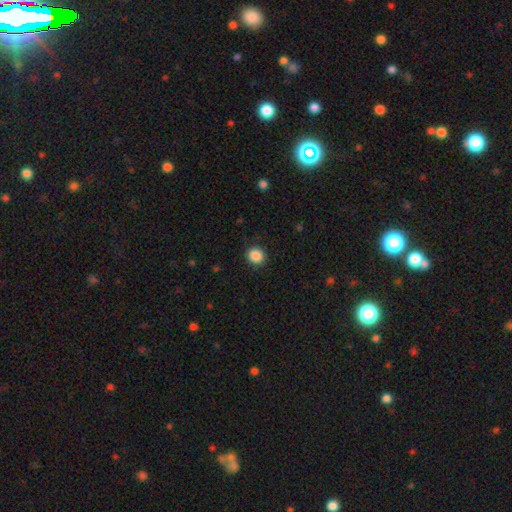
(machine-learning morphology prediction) This appears to be a smooth galaxy with no disk features (88%) that is round (82%). Merging: none (90%).